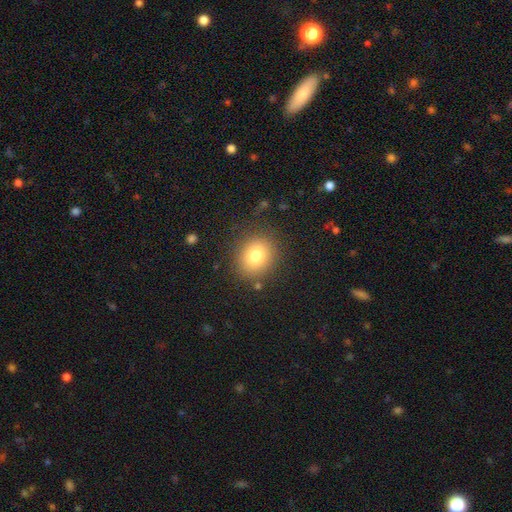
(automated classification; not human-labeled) This is likely a smooth galaxy (78%). How rounded: likely round (75%). Merging: clearly none (85%).